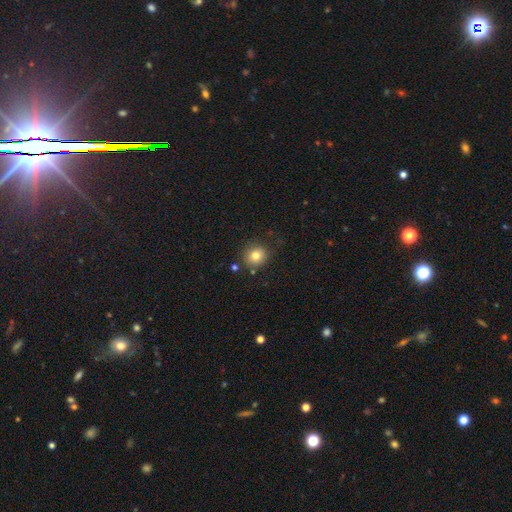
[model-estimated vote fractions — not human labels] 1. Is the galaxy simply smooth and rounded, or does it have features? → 79% smooth, 12% star or artifact, 9% featured or disk.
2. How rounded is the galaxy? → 86% round, 13% in between, 1% cigar-shaped.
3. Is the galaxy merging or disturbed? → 82% none, 11% minor disturbance, 4% merger, 3% major disturbance.